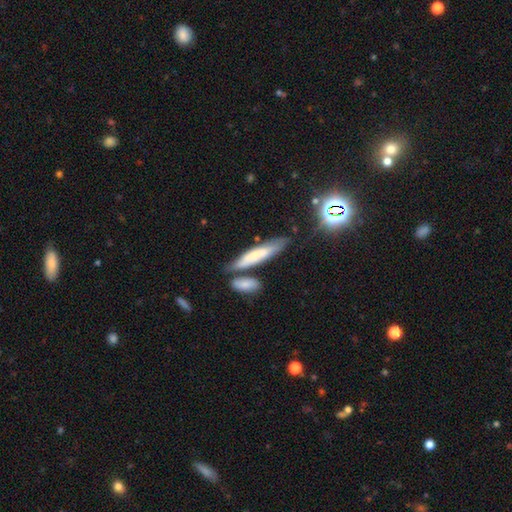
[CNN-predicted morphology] Smooth or featured?
  - smooth: 60% *
  - featured or disk: 29%
  - star or artifact: 11%
How rounded?
  - cigar-shaped: 78% *
  - in between: 20%
  - round: 2%
Merging?
  - none: 62% *
  - merger: 18%
  - minor disturbance: 16%
  - major disturbance: 5%